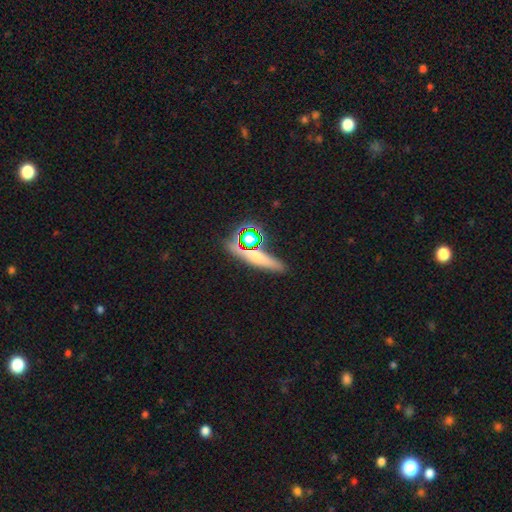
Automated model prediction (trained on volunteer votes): Smooth or featured: smooth — 51% (featured or disk — 25%)
How rounded: cigar-shaped — 68% (in between — 19%)
Merging: none — 79% (minor disturbance — 11%)